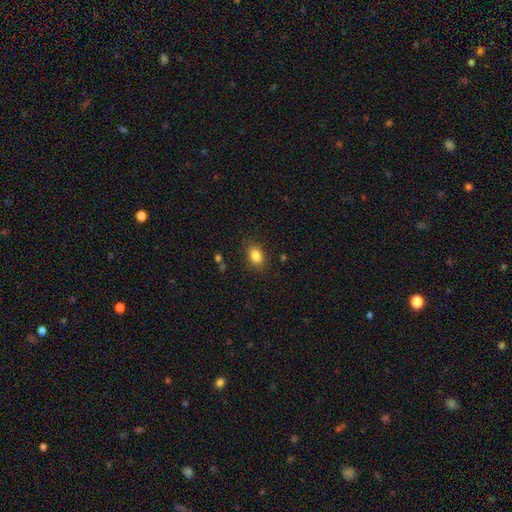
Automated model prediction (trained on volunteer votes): Morphology: type=smooth (85%); roundness=in between (81%); merging=none (85%).